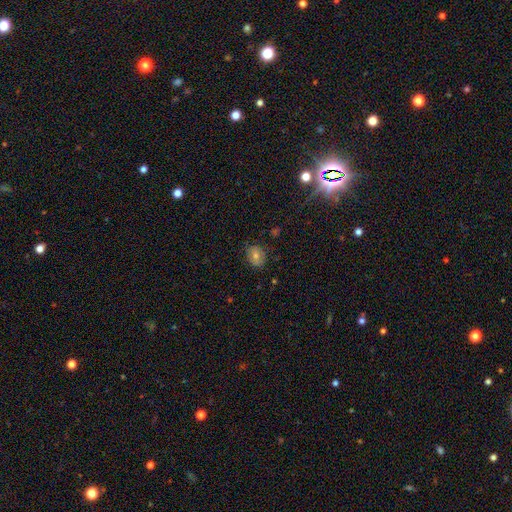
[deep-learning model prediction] smooth 49%, featured or disk 29%, star or artifact 23%. Down the decision tree: merging — none (81%).